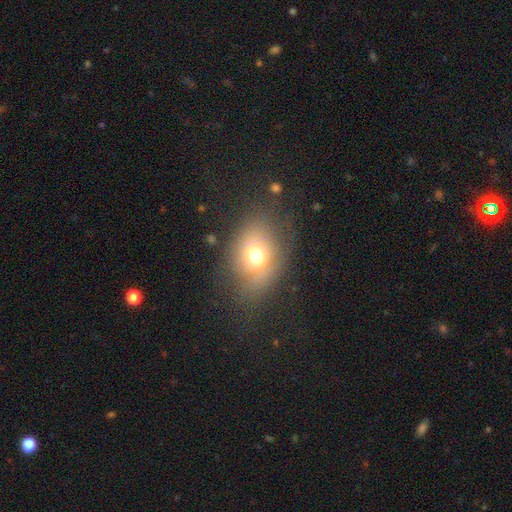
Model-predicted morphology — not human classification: Smooth or featured? Predicted: smooth (p=0.64). How rounded? Predicted: in between (p=0.53). Merging? Predicted: none (p=0.65).